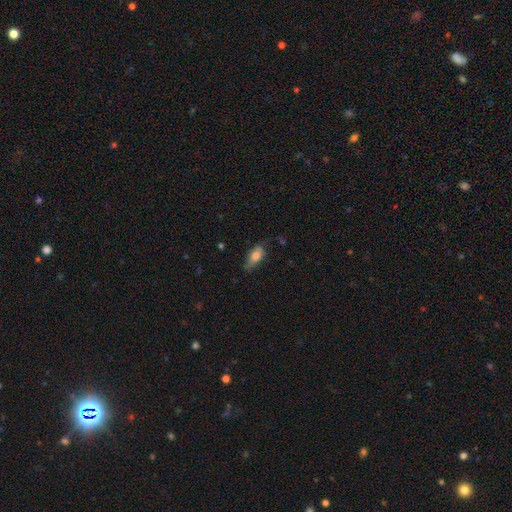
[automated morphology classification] This appears to be a smooth galaxy with no disk features (73%) that is in between round and cigar-shaped (80%). Merging: none (61%).